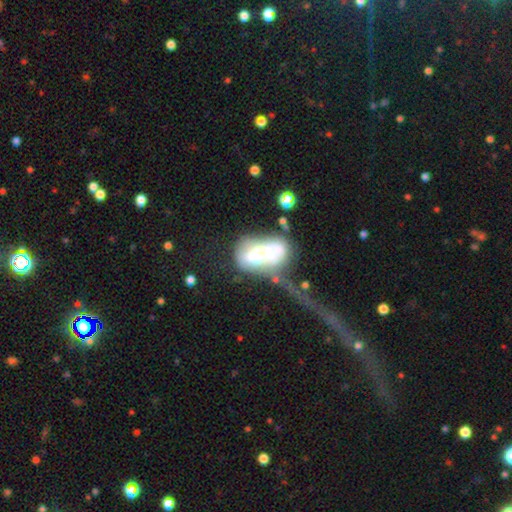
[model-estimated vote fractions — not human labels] featured or disk 51%, smooth 39%, star or artifact 10%. Down the decision tree: edge-on disk — no (93%); merging — major disturbance (44%).